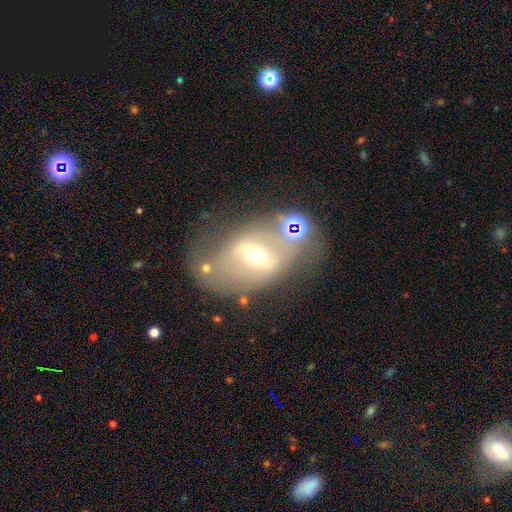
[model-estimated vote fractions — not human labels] A featured or disk galaxy (60%) with a strong bar (40%), no spiral arms (59%) and a moderate central bulge (65%).

Vote fractions:
- Smooth or featured? featured or disk: 60% / smooth: 27% / star or artifact: 13%
- Edge-on disk? no: 91% / yes: 9%
- Bar? strong: 40% / weak: 36% / no: 24%
- Spiral arms? no: 59% / yes: 41%
- Bulge size? moderate: 65% / small: 23% / large: 8% / dominant: 2% / none: 2%
- Merging? none: 50% / minor disturbance: 20% / major disturbance: 17% / merger: 13%